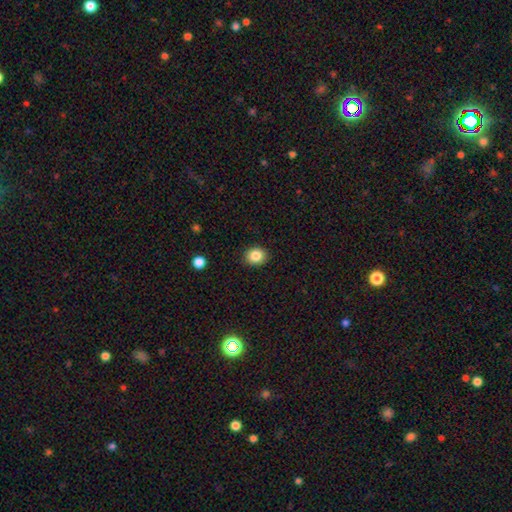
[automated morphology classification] The model was most divided on "how rounded": round: 68%, in between: 31%, cigar-shaped: 1%. More confident: merging — none (90%); smooth or featured — smooth (85%).